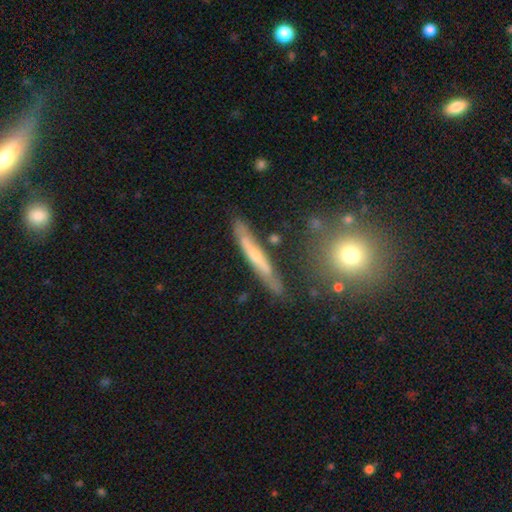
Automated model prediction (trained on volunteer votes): smooth-or-featured: featured or disk: 53% | smooth: 40% | star or artifact: 7%
  disk-edge-on: yes: 80% | no: 20%
  merging: none: 76% | minor disturbance: 16% | major disturbance: 4% | merger: 4%